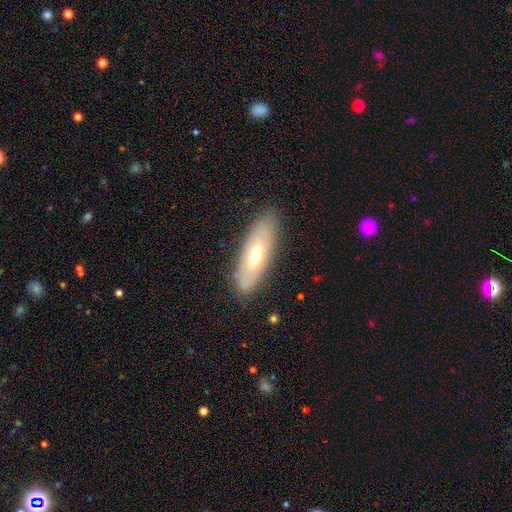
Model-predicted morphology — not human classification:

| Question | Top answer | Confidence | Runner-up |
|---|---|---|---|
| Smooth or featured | smooth | 51% | featured or disk (42%) |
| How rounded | in between | 60% | cigar-shaped (37%) |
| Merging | none | 83% | minor disturbance (12%) |